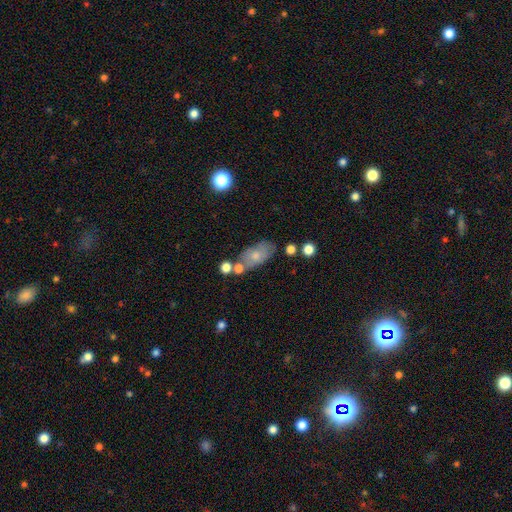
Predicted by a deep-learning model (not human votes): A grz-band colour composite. It shows a smooth galaxy with no disk features (66%) that is in between round and cigar-shaped (89%). Merging: none (58%).